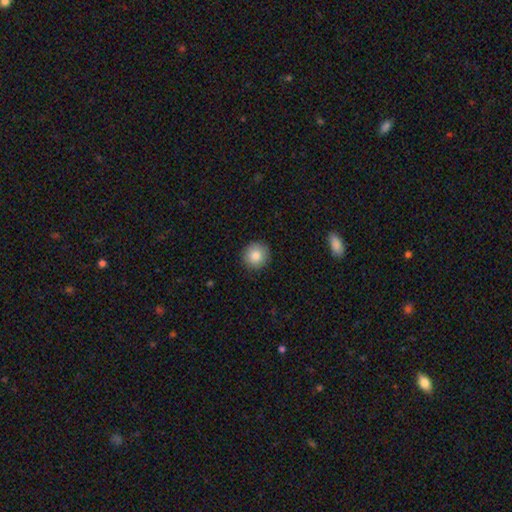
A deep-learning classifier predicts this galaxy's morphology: A smooth galaxy with no disk features (85%) that is round (94%). Merging: none (91%).